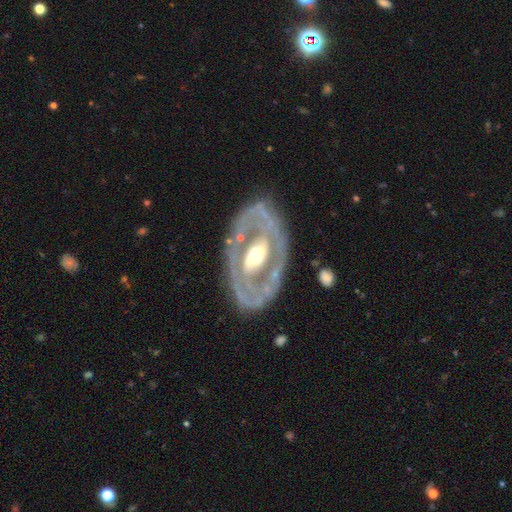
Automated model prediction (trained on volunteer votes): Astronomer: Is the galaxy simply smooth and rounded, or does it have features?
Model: featured or disk — 82%.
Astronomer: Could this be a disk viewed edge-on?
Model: no — 94%.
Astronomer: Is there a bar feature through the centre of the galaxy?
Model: strong — 36% (runner-up: no, 34%).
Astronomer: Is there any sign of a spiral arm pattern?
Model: yes — 56% (runner-up: no, 44%).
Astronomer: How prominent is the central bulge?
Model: moderate — 69%.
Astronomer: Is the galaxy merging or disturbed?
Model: none — 70%.